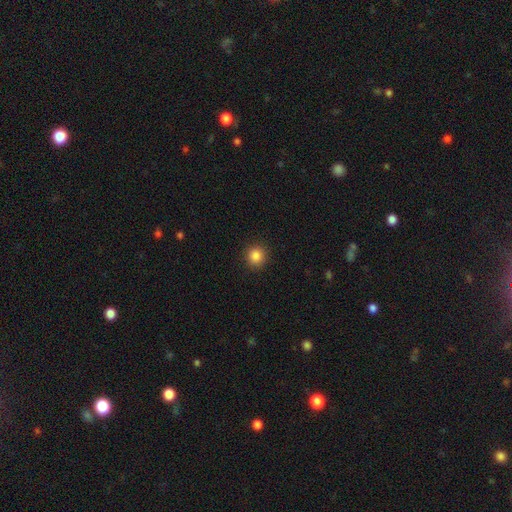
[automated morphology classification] This is clearly a smooth galaxy (86%). How rounded: clearly round (92%). Merging: clearly none (91%).